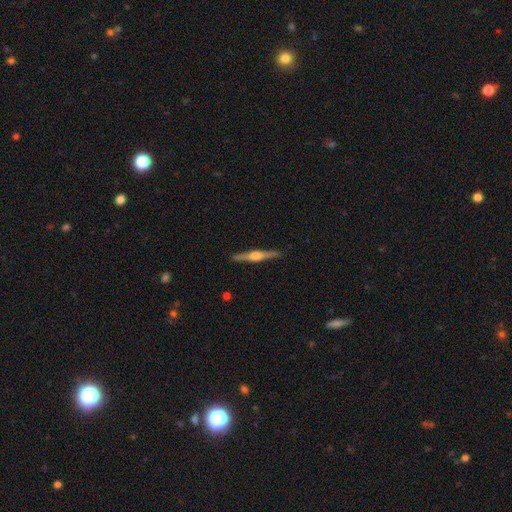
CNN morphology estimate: Smooth or featured? featured or disk (79%)
Edge-on disk? yes (98%)
Edge-on bulge? rounded (92%)
Merging? none (91%)